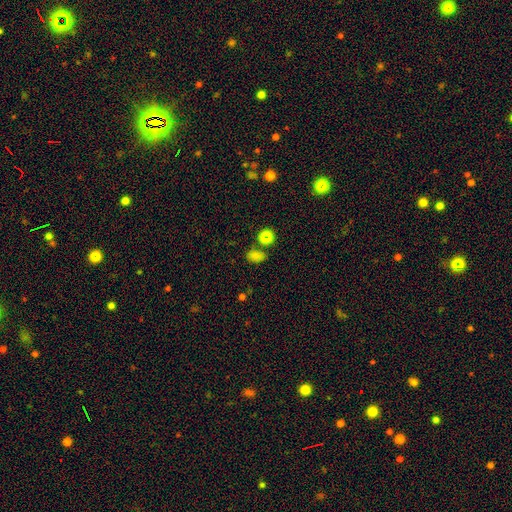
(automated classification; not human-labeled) A smooth galaxy with no disk features (67%) that is in between round and cigar-shaped (72%).

Vote fractions:
- Smooth or featured? smooth: 67% / star or artifact: 26% / featured or disk: 7%
- How rounded? in between: 72% / round: 26% / cigar-shaped: 2%
- Merging? none: 69% / minor disturbance: 15% / merger: 10% / major disturbance: 5%